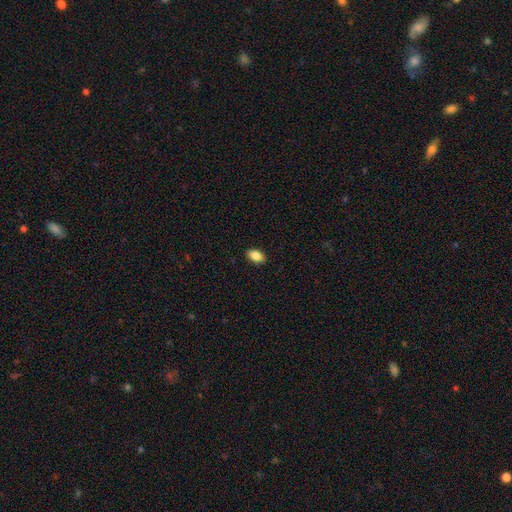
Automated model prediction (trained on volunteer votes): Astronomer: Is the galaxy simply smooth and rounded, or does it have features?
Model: smooth — 85%.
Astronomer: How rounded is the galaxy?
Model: in between — 90%.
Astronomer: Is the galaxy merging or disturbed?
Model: none — 90%.